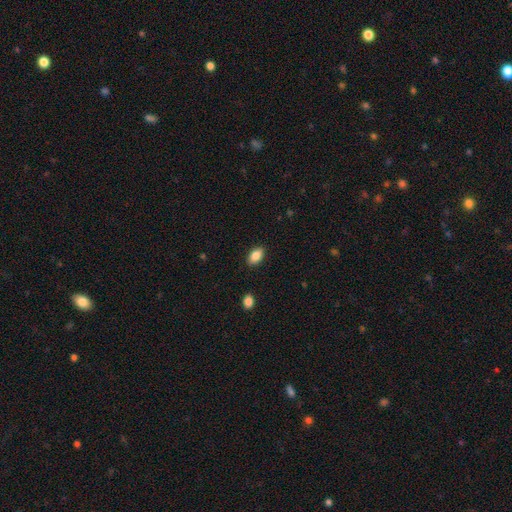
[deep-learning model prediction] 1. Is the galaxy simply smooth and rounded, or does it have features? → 86% smooth, 8% star or artifact, 7% featured or disk.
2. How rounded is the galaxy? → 91% in between, 6% round, 3% cigar-shaped.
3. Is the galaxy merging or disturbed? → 88% none, 9% minor disturbance, 2% major disturbance, 1% merger.